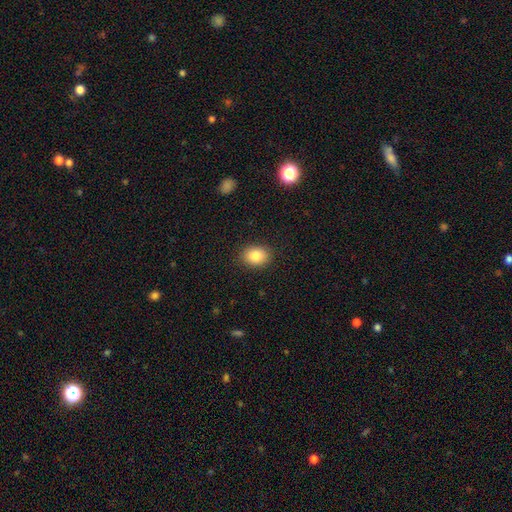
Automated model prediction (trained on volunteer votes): Q: Smooth or featured?
A: smooth (84%); runner-up: star or artifact (9%)
Q: How rounded?
A: in between (61%); runner-up: round (38%)
Q: Merging?
A: none (89%); runner-up: minor disturbance (8%)